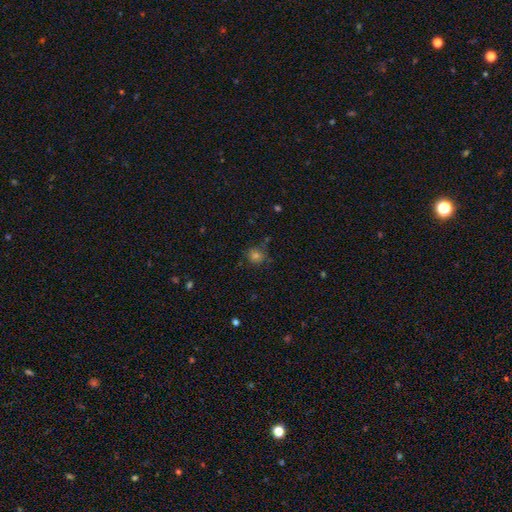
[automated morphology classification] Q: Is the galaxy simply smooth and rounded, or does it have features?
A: smooth — 72%.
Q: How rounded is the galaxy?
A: round — 84%.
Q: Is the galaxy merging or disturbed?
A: none — 77%.